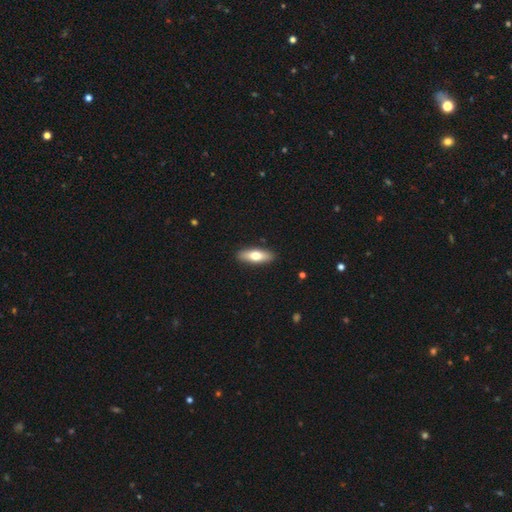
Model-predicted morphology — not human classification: smooth-or-featured: smooth: 68% | featured or disk: 26% | star or artifact: 6%
  how-rounded: in between: 60% | cigar-shaped: 37% | round: 3%
  merging: none: 90% | minor disturbance: 7% | major disturbance: 2% | merger: 1%